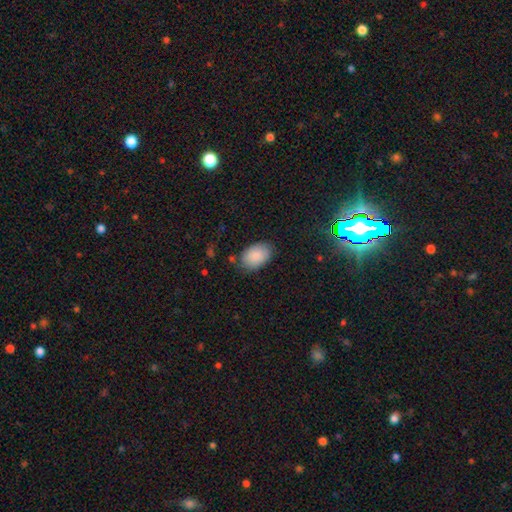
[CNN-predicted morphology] Smooth or featured? smooth (88%)
How rounded? in between (89%)
Merging? none (75%)